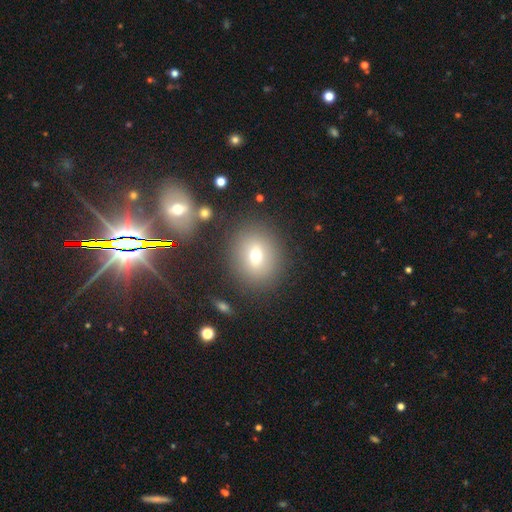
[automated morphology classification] Q: Smooth or featured?
A: smooth (66%); runner-up: featured or disk (19%)
Q: How rounded?
A: round (67%); runner-up: in between (32%)
Q: Merging?
A: none (81%); runner-up: minor disturbance (10%)